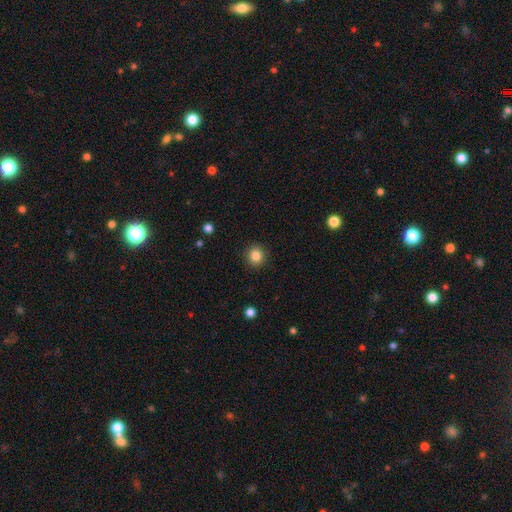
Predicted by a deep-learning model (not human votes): Smooth or featured? smooth (84%)
How rounded? round (91%)
Merging? none (91%)